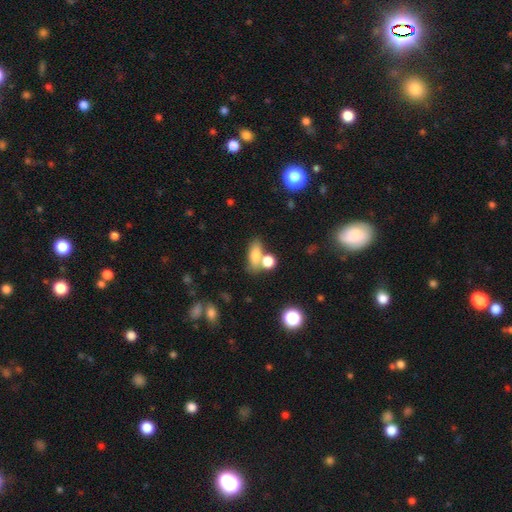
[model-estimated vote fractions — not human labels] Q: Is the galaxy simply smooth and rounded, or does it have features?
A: smooth — 75%.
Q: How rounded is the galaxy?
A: in between — 67%.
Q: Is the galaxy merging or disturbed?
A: none — 56%.